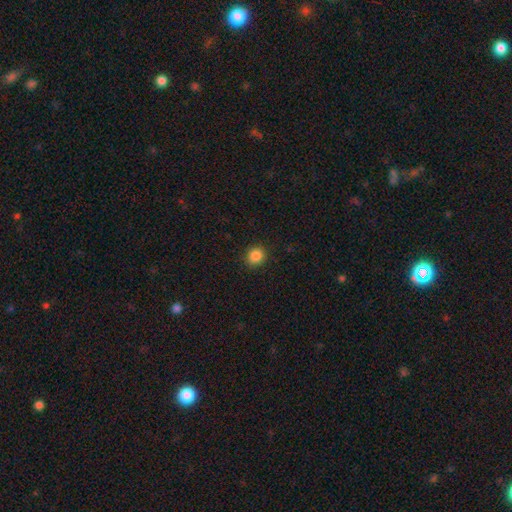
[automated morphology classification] smooth-or-featured: smooth: 86% | star or artifact: 10% | featured or disk: 3%
  how-rounded: round: 85% | in between: 15% | cigar-shaped: 1%
  merging: none: 90% | minor disturbance: 7% | major disturbance: 2% | merger: 1%